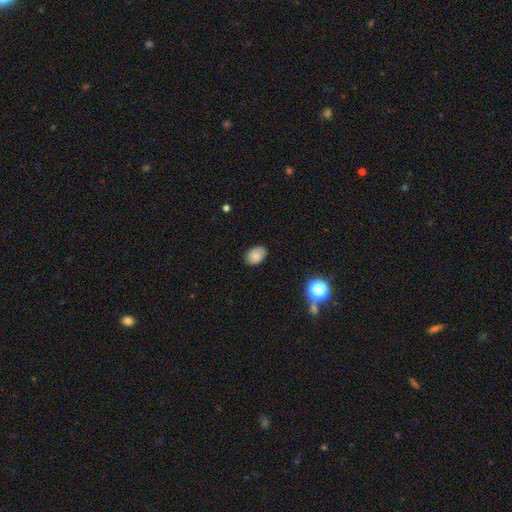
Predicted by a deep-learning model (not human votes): Smooth or featured?
  - smooth: 77% *
  - featured or disk: 13%
  - star or artifact: 10%
How rounded?
  - in between: 79% *
  - round: 20%
  - cigar-shaped: 1%
Merging?
  - none: 81% *
  - minor disturbance: 15%
  - major disturbance: 3%
  - merger: 1%